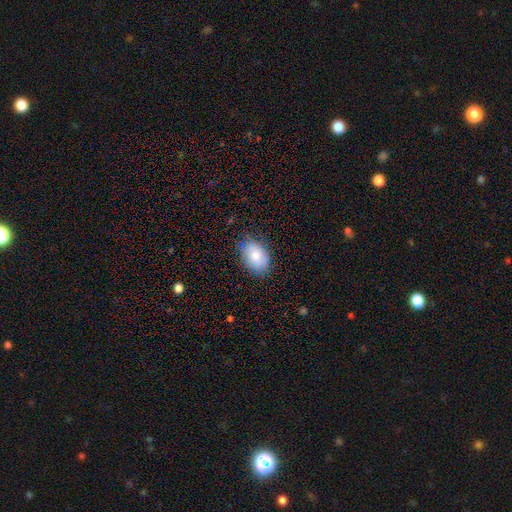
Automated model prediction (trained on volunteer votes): Q: Smooth or featured?
A: smooth (80%); runner-up: featured or disk (13%)
Q: How rounded?
A: in between (85%); runner-up: round (14%)
Q: Merging?
A: none (80%); runner-up: minor disturbance (16%)